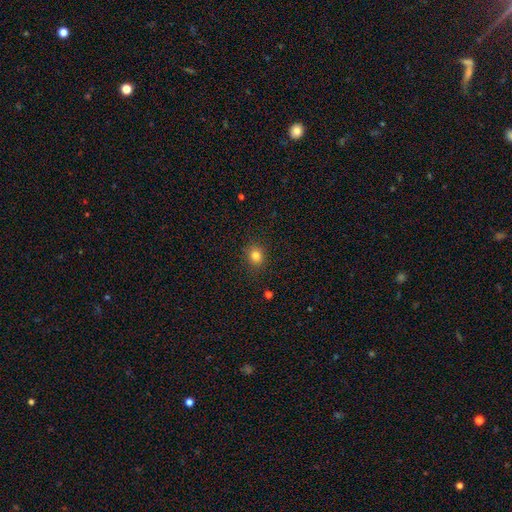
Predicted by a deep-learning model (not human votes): A smooth galaxy with no disk features (81%) that is round (75%). Merging: none (89%).